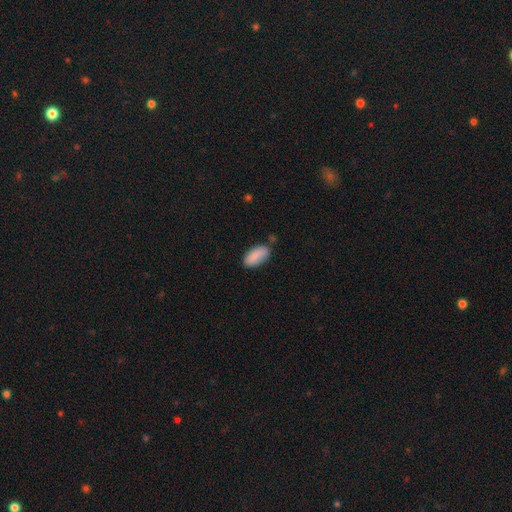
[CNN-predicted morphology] Smooth or featured? Predicted: smooth (p=0.85). How rounded? Predicted: in between (p=0.91). Merging? Predicted: none (p=0.72).